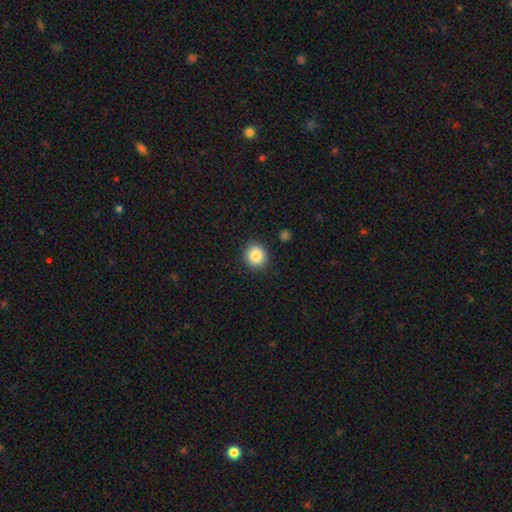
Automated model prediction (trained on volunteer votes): smooth_or_featured: smooth (p=0.86) [alt: star or artifact p=0.09]
how_rounded: round (p=0.82) [alt: in between p=0.17]
merging: none (p=0.88) [alt: minor disturbance p=0.08]